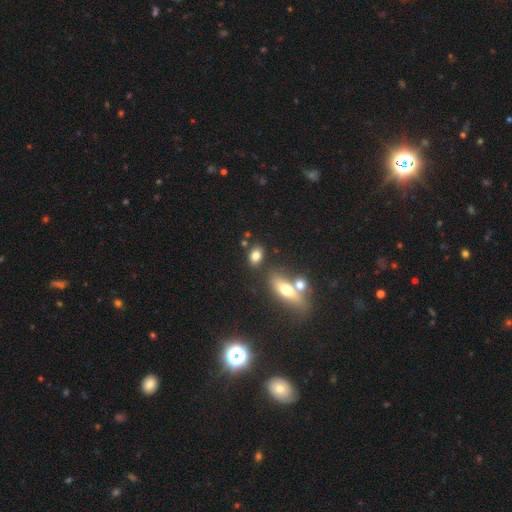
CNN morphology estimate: smooth_or_featured: smooth (p=0.78) [alt: featured or disk p=0.12]
how_rounded: in between (p=0.78) [alt: round p=0.18]
merging: none (p=0.71) [alt: merger p=0.14]